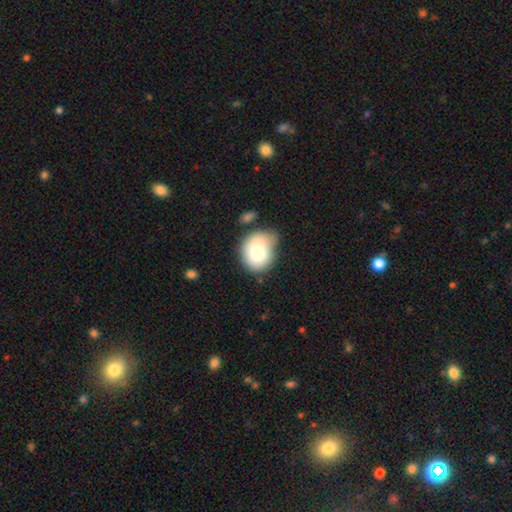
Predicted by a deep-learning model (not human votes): Smooth or featured?
  - smooth: 83% *
  - featured or disk: 10%
  - star or artifact: 7%
How rounded?
  - round: 53% *
  - in between: 46%
  - cigar-shaped: 1%
Merging?
  - none: 40% *
  - minor disturbance: 34%
  - merger: 13%
  - major disturbance: 13%